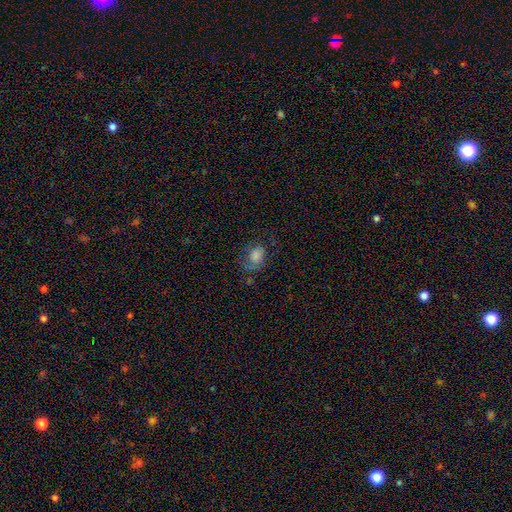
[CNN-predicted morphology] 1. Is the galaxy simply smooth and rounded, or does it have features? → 62% smooth, 22% featured or disk, 16% star or artifact.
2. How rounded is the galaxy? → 65% in between, 33% round, 2% cigar-shaped.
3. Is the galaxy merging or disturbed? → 55% none, 24% minor disturbance, 19% major disturbance, 3% merger.